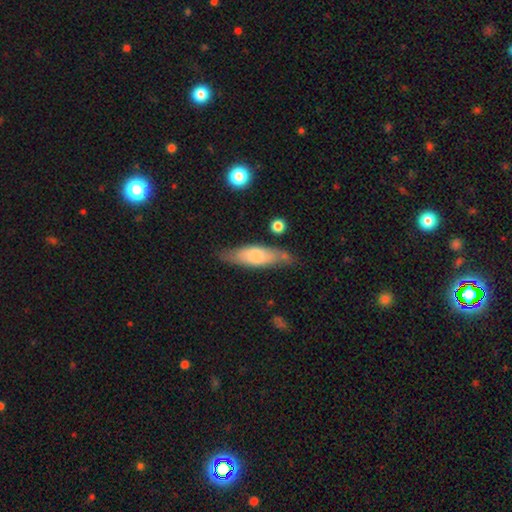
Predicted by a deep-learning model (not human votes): Morphology: type=smooth (63%); roundness=cigar-shaped (52%); merging=none (72%).